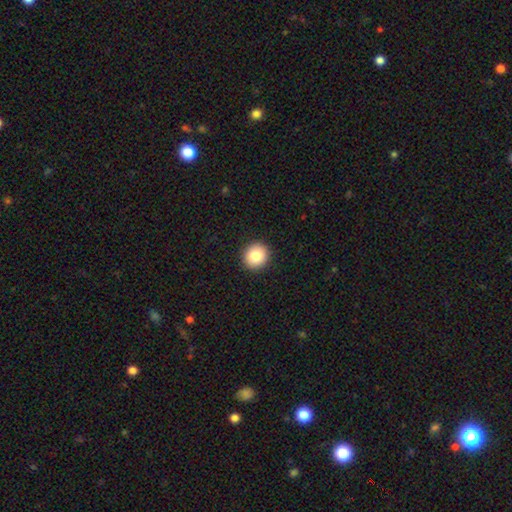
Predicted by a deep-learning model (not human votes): smooth-or-featured: smooth: 84% | star or artifact: 9% | featured or disk: 7%
  how-rounded: round: 90% | in between: 9% | cigar-shaped: 1%
  merging: none: 93% | minor disturbance: 5% | major disturbance: 1% | merger: 1%